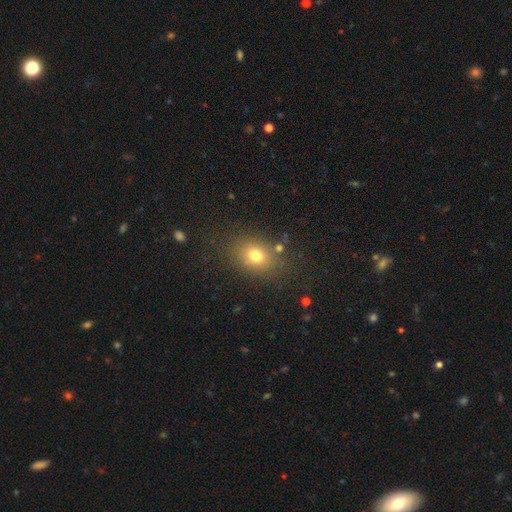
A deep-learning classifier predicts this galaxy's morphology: A smooth galaxy with no disk features (75%) that is in between round and cigar-shaped (56%). Merging: none (78%).